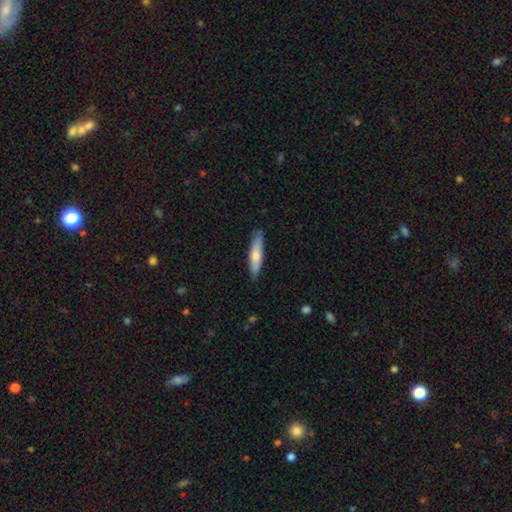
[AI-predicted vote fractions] This appears to be a smooth galaxy with no disk features (63%) that is cigar-shaped (82%). Merging: none (88%).